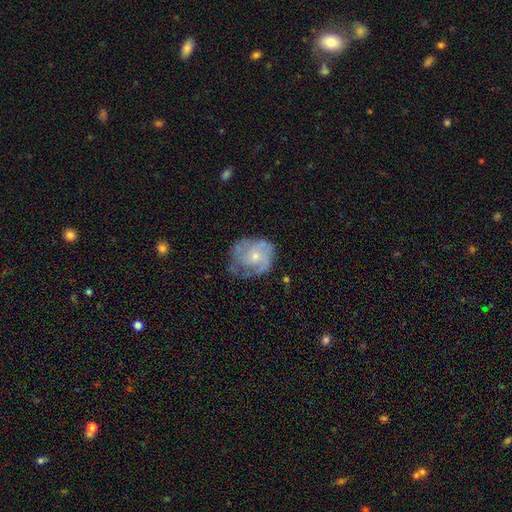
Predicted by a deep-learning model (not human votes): smooth_or_featured: featured or disk (p=0.70) [alt: smooth p=0.23]
disk_edge_on: no (p=0.98) [alt: yes p=0.02]
bar: no (p=0.79) [alt: weak p=0.19]
has_spiral_arms: yes (p=0.79) [alt: no p=0.21]
spiral_winding: tight (p=0.42) [alt: medium p=0.40]
spiral_arm_count: can't tell (p=0.37) [alt: 3 p=0.24]
bulge_size: small (p=0.66) [alt: moderate p=0.29]
merging: none (p=0.55) [alt: minor disturbance p=0.26]